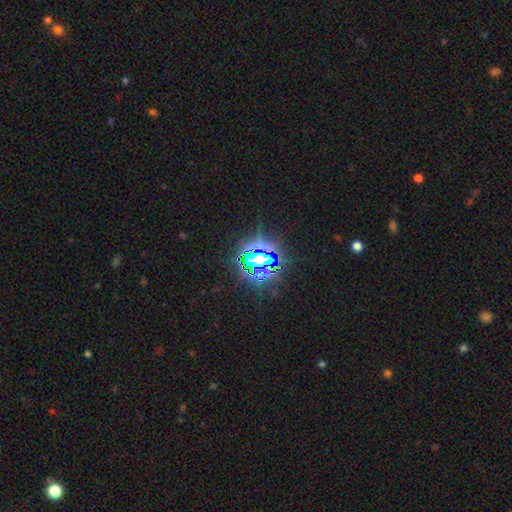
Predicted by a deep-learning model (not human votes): Overall: star or artifact (74%).